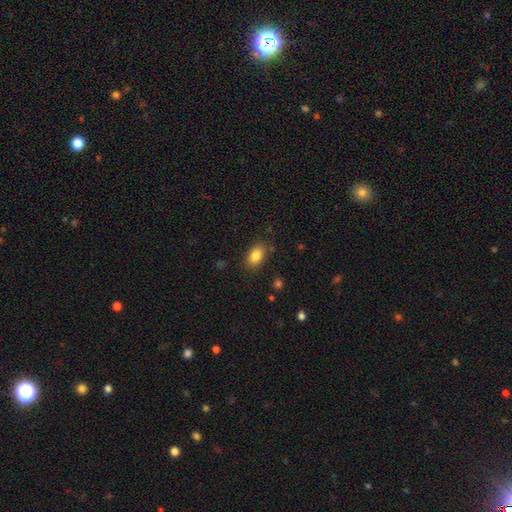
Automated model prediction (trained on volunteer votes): smooth-or-featured: smooth: 84% | star or artifact: 9% | featured or disk: 7%
  how-rounded: in between: 87% | round: 12% | cigar-shaped: 2%
  merging: none: 84% | minor disturbance: 11% | major disturbance: 3% | merger: 2%